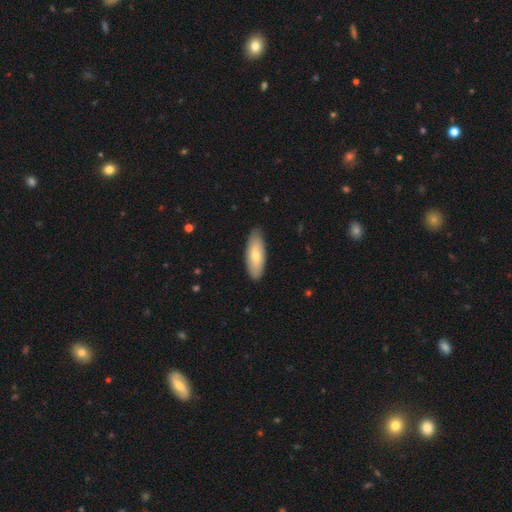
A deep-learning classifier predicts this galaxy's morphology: Overall: smooth (69%). How rounded: in between (72%). Merging: none (85%).